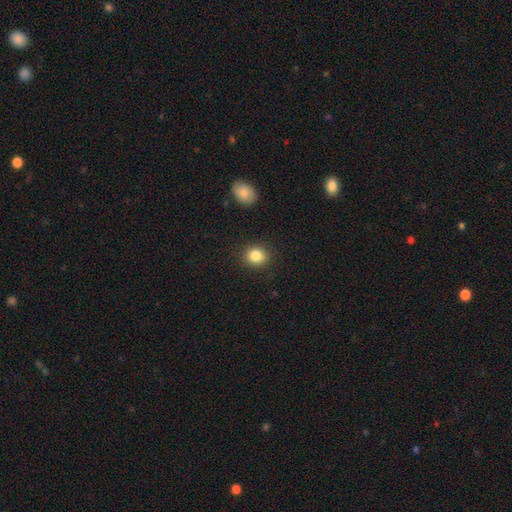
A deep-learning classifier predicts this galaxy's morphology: The model was most divided on "how rounded": round: 76%, in between: 23%, cigar-shaped: 1%. More confident: merging — none (88%); smooth or featured — smooth (85%).